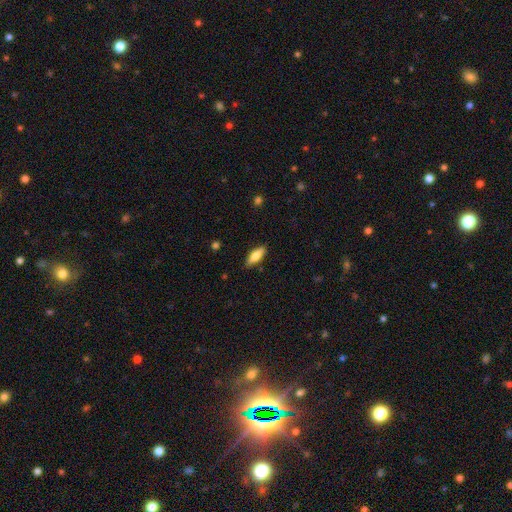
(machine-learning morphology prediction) Smooth or featured? Predicted: smooth (p=0.73). How rounded? Predicted: in between (p=0.60). Merging? Predicted: none (p=0.86).